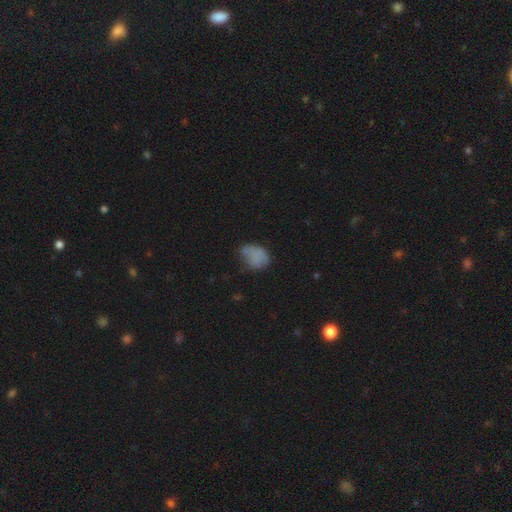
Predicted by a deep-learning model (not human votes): The model was most divided on "merging": none: 46%, minor disturbance: 35%, major disturbance: 16%, merger: 3%. More confident: how rounded — in between (74%); smooth or featured — smooth (73%).